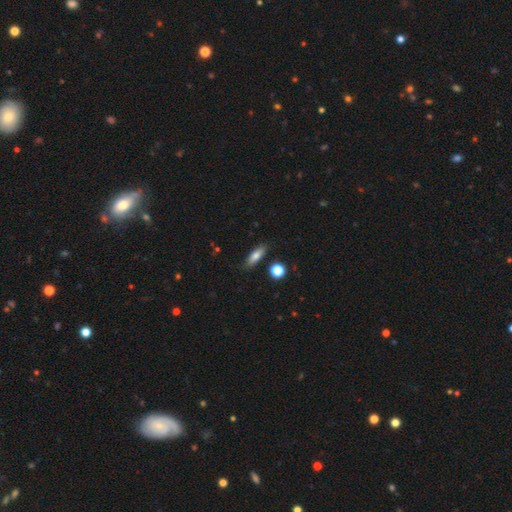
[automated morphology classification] Smooth or featured: smooth — 74% (featured or disk — 17%)
How rounded: in between — 52% (cigar-shaped — 44%)
Merging: none — 83% (minor disturbance — 11%)